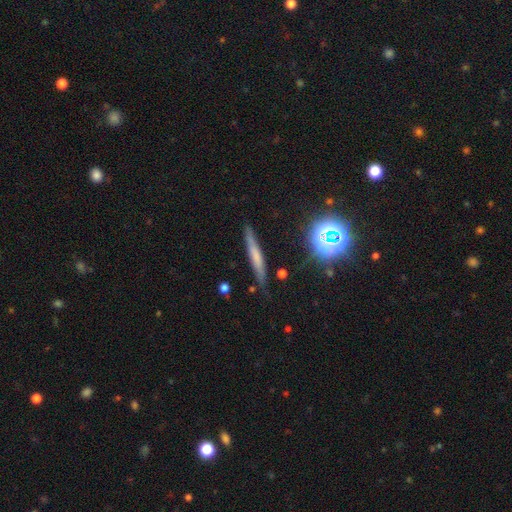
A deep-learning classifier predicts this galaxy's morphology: Smooth or featured? Predicted: smooth (p=0.49). Merging? Predicted: none (p=0.82).